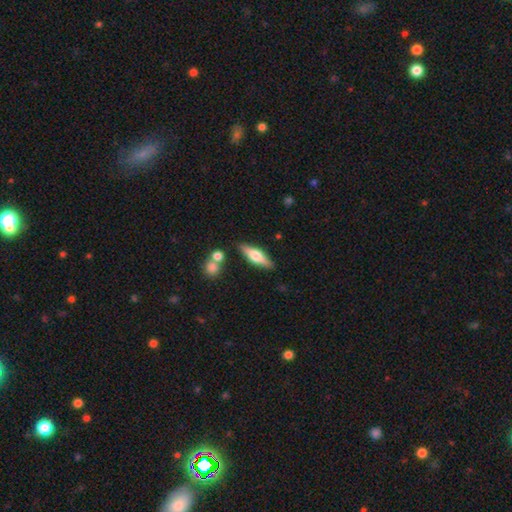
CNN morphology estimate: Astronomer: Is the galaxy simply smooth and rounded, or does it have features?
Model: featured or disk — 51% (runner-up: smooth, 43%).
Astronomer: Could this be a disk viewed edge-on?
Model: yes — 93%.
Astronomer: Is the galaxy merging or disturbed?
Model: none — 84%.